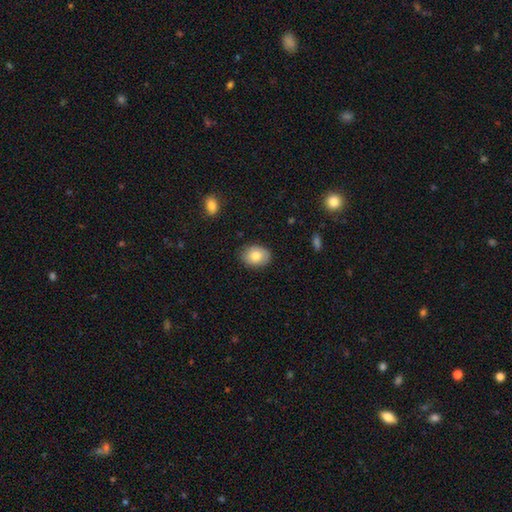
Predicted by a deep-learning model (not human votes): A smooth galaxy with no disk features (80%) that is in between round and cigar-shaped (67%).

Vote fractions:
- Smooth or featured? smooth: 80% / featured or disk: 12% / star or artifact: 7%
- How rounded? in between: 67% / round: 32% / cigar-shaped: 1%
- Merging? none: 85% / minor disturbance: 11% / major disturbance: 2% / merger: 1%